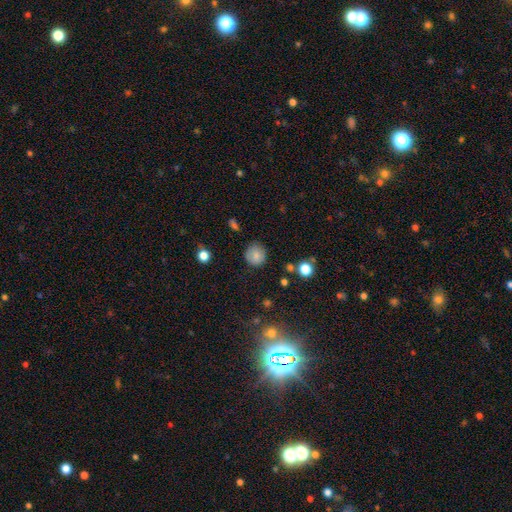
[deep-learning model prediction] Overall: smooth (78%). How rounded: round (88%). Merging: none (80%).